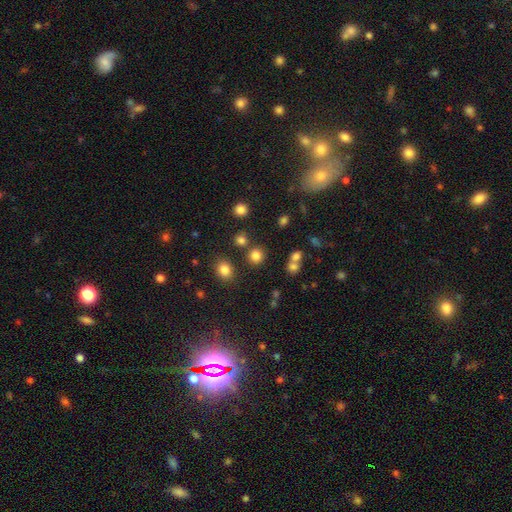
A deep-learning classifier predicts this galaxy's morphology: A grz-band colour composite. It shows a smooth galaxy with no disk features (80%) that is round (88%). Merging: none (80%).